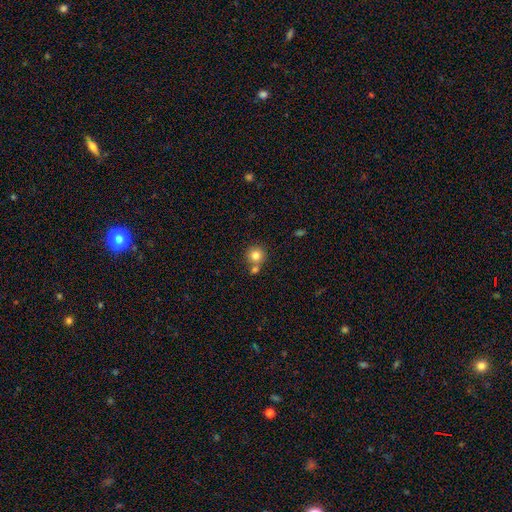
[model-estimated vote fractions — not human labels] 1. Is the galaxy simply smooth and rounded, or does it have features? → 82% smooth, 11% star or artifact, 8% featured or disk.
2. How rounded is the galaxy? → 93% round, 6% in between, 1% cigar-shaped.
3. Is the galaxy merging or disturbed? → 63% none, 27% merger, 8% minor disturbance, 3% major disturbance.